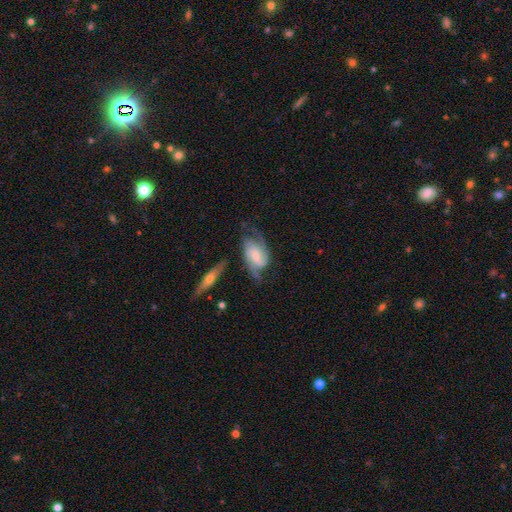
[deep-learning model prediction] Smooth or featured: featured or disk — 75% (smooth — 19%)
Edge-on disk: no — 95% (yes — 5%)
Bar: no — 43% (tied with weak — 43%)
Spiral arms: yes — 94% (no — 6%)
Spiral winding: medium — 46% (tight — 32%)
Spiral arm count: 2 — 75% (can't tell — 10%)
Bulge size: small — 39% (moderate — 32%)
Merging: none — 54% (minor disturbance — 25%)